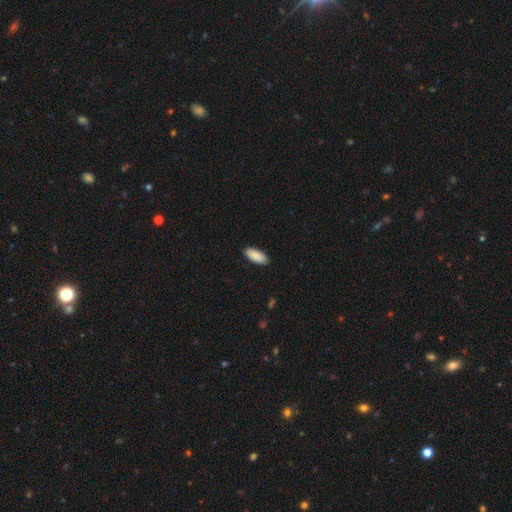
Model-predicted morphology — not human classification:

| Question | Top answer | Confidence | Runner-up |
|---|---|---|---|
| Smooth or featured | smooth | 89% | featured or disk (6%) |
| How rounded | in between | 84% | cigar-shaped (15%) |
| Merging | none | 88% | minor disturbance (9%) |